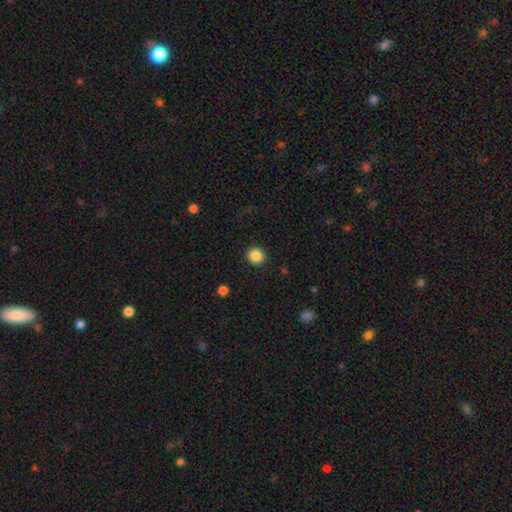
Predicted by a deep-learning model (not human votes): Q: Smooth or featured?
A: smooth (86%); runner-up: star or artifact (10%)
Q: How rounded?
A: round (91%); runner-up: in between (8%)
Q: Merging?
A: none (92%); runner-up: minor disturbance (5%)